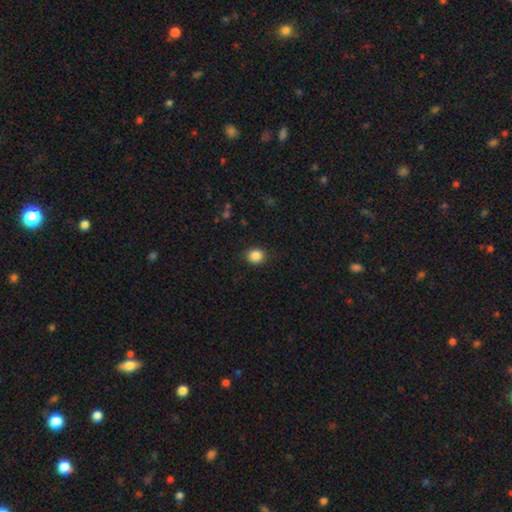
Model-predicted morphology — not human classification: Smooth or featured? Predicted: smooth (p=0.86). How rounded? Predicted: round (p=0.78). Merging? Predicted: none (p=0.86).